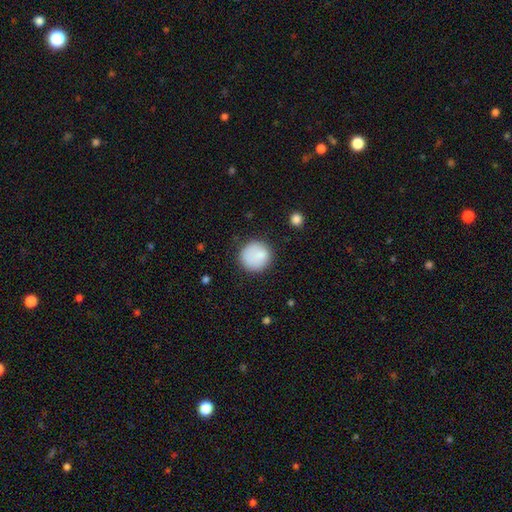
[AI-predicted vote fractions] smooth-or-featured: smooth: 84% | star or artifact: 8% | featured or disk: 8%
  how-rounded: round: 92% | in between: 7% | cigar-shaped: 1%
  merging: none: 79% | minor disturbance: 13% | major disturbance: 4% | merger: 3%